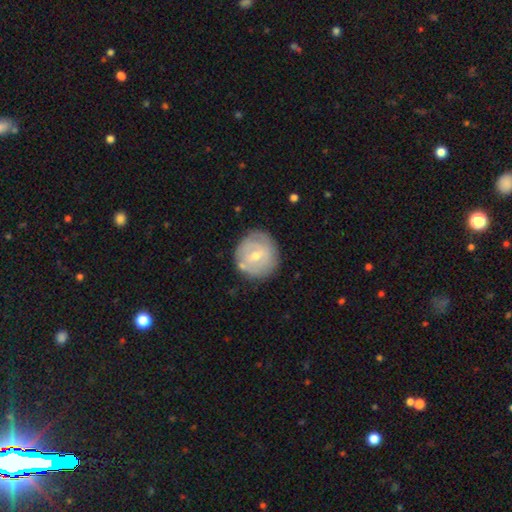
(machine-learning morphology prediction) Smooth or featured?
  - featured or disk: 57% *
  - smooth: 37%
  - star or artifact: 6%
Edge-on disk?
  - no: 97% *
  - yes: 3%
Bar?
  - weak: 58% *
  - no: 28%
  - strong: 14%
Spiral arms?
  - yes: 57% *
  - no: 43%
Bulge size?
  - moderate: 52% *
  - small: 44%
  - large: 2%
  - none: 1%
  - dominant: 1%
Merging?
  - none: 78% *
  - minor disturbance: 14%
  - major disturbance: 4%
  - merger: 3%